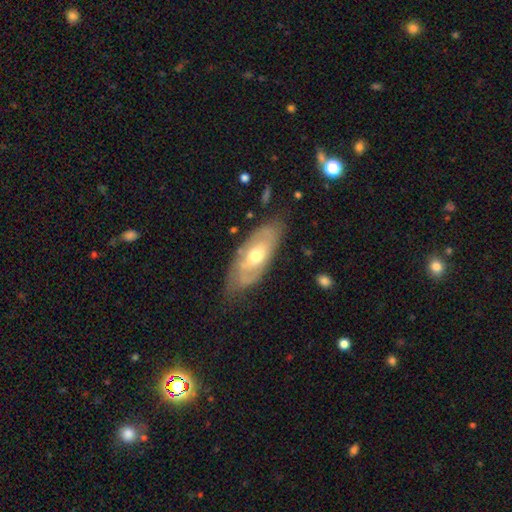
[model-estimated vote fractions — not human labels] A featured or disk galaxy (61%) with no bar (71%), spiral arms (57%) and a moderate central bulge (72%). Merging: none (69%).